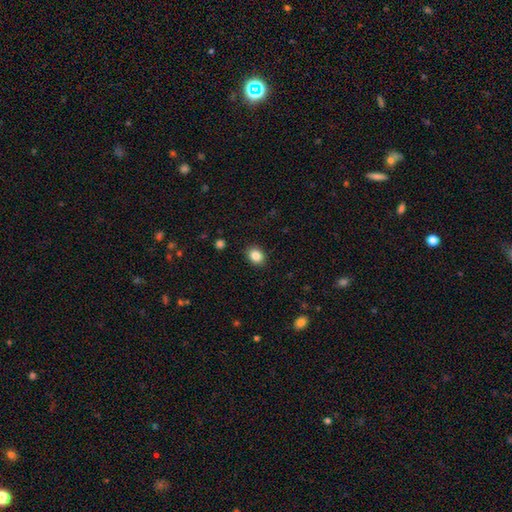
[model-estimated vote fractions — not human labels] smooth_or_featured: smooth (p=0.86) [alt: star or artifact p=0.09]
how_rounded: in between (p=0.56) [alt: round p=0.43]
merging: none (p=0.90) [alt: minor disturbance p=0.07]